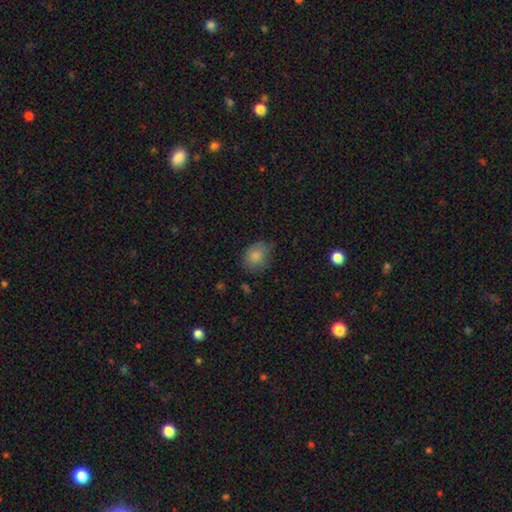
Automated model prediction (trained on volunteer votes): smooth_or_featured: smooth (p=0.82) [alt: star or artifact p=0.09]
how_rounded: in between (p=0.51) [alt: round p=0.48]
merging: none (p=0.66) [alt: minor disturbance p=0.26]